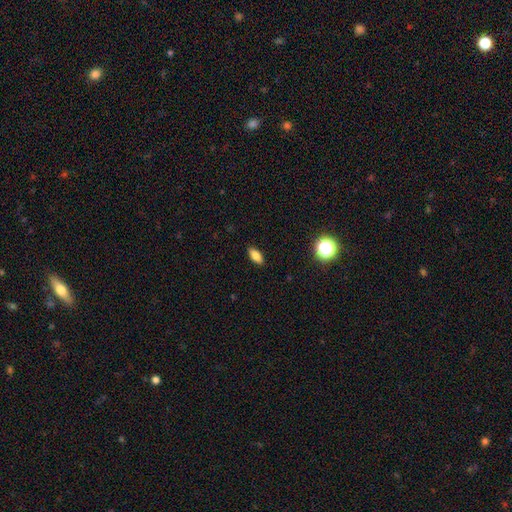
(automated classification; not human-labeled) Smooth or featured? smooth (83%)
How rounded? in between (84%)
Merging? none (89%)